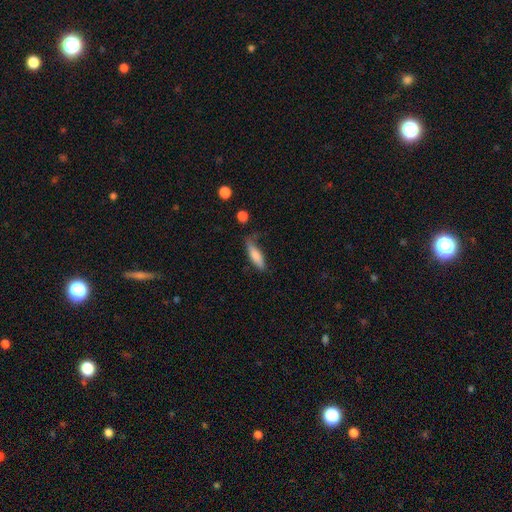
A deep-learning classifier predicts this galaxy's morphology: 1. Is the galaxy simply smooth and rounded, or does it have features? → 76% smooth, 17% featured or disk, 7% star or artifact.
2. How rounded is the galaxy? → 58% cigar-shaped, 40% in between, 2% round.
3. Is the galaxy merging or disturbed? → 54% none, 30% minor disturbance, 11% major disturbance, 4% merger.